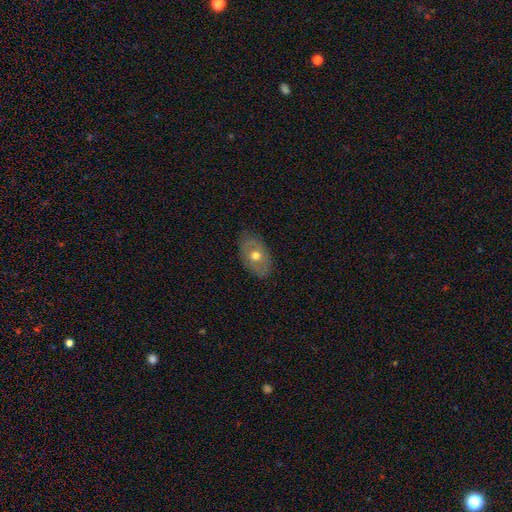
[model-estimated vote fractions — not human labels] This appears to be a smooth galaxy with no disk features (52%) that is in between round and cigar-shaped (82%). Merging: none (79%).